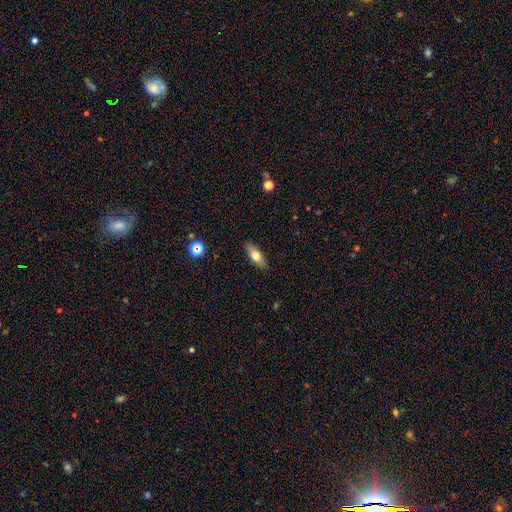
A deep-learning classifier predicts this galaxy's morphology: smooth 66%, featured or disk 27%, star or artifact 7%. Down the decision tree: how rounded — in between (68%); merging — none (88%).